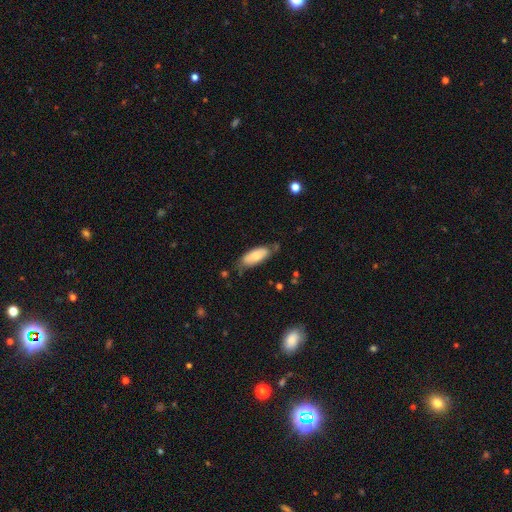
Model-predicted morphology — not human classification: A smooth galaxy with no disk features (75%) that is in between round and cigar-shaped (77%). Merging: none (63%).